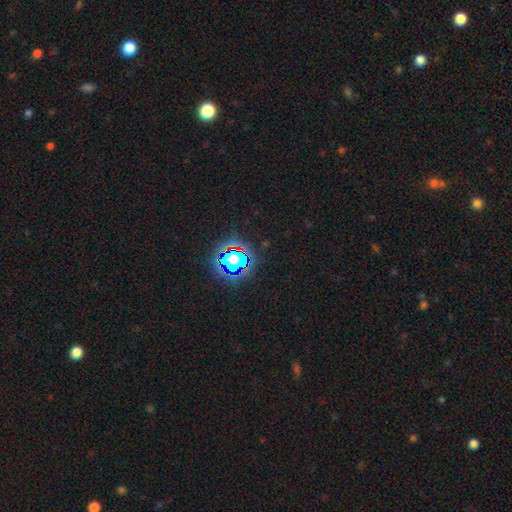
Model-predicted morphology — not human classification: Overall: star or artifact (80%).